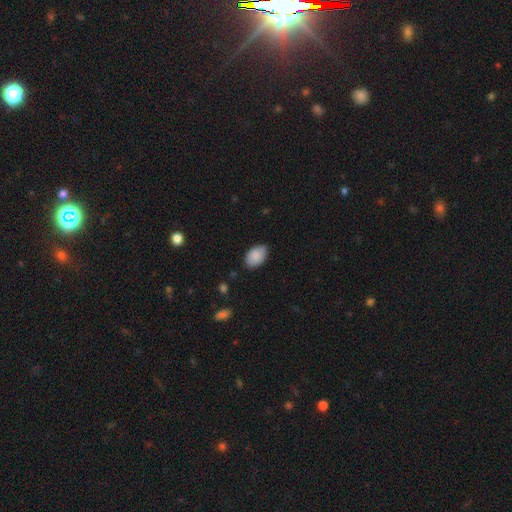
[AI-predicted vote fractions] A smooth galaxy with no disk features (86%) that is in between round and cigar-shaped (90%). Merging: none (78%).